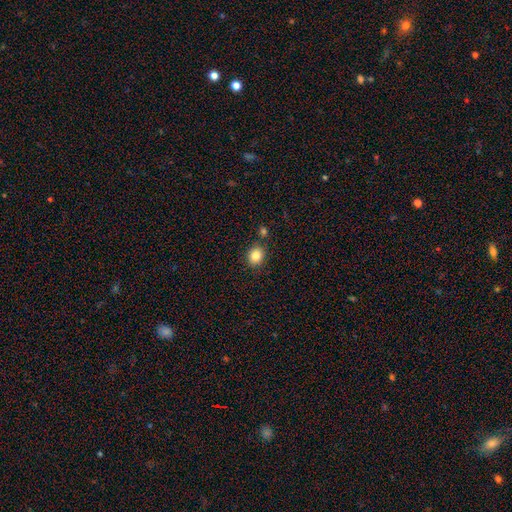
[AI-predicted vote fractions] Q: Smooth or featured?
A: smooth (84%); runner-up: star or artifact (10%)
Q: How rounded?
A: round (65%); runner-up: in between (34%)
Q: Merging?
A: none (83%); runner-up: minor disturbance (9%)